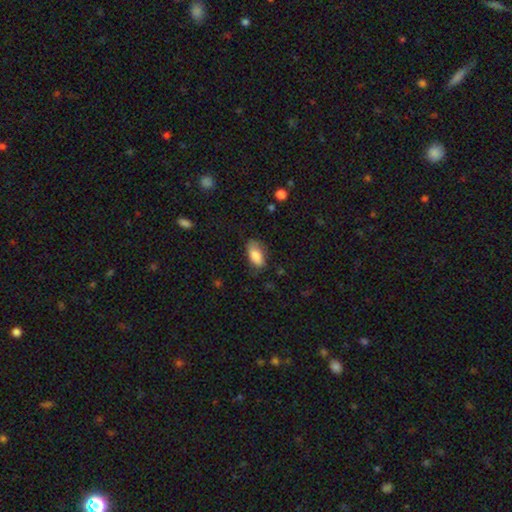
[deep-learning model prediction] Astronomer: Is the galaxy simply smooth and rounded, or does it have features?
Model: smooth — 85%.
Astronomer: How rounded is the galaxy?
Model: in between — 91%.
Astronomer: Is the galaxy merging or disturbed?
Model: none — 67%.